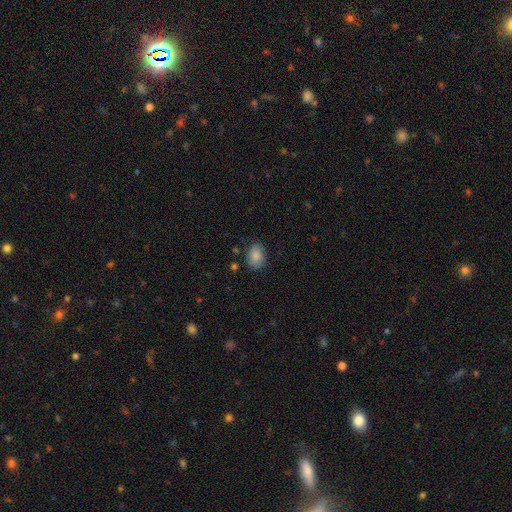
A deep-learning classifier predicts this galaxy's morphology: smooth-or-featured: smooth: 87% | star or artifact: 8% | featured or disk: 5%
  how-rounded: in between: 77% | round: 22% | cigar-shaped: 1%
  merging: none: 81% | minor disturbance: 13% | major disturbance: 3% | merger: 2%